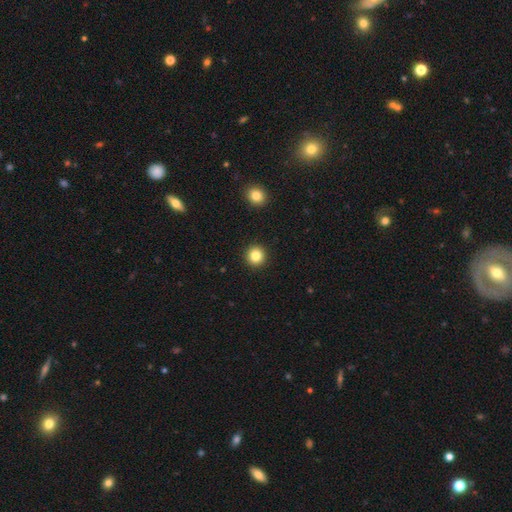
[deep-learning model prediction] Smooth or featured? Predicted: smooth (p=0.83). How rounded? Predicted: round (p=0.94). Merging? Predicted: none (p=0.93).